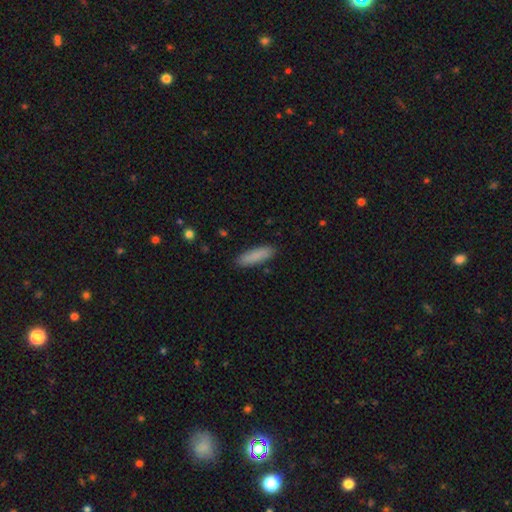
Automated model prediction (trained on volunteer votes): A smooth galaxy with no disk features (87%) that is cigar-shaped (62%).

Vote fractions:
- Smooth or featured? smooth: 87% / star or artifact: 6% / featured or disk: 6%
- How rounded? cigar-shaped: 62% / in between: 36% / round: 1%
- Merging? none: 88% / minor disturbance: 9% / major disturbance: 2% / merger: 1%